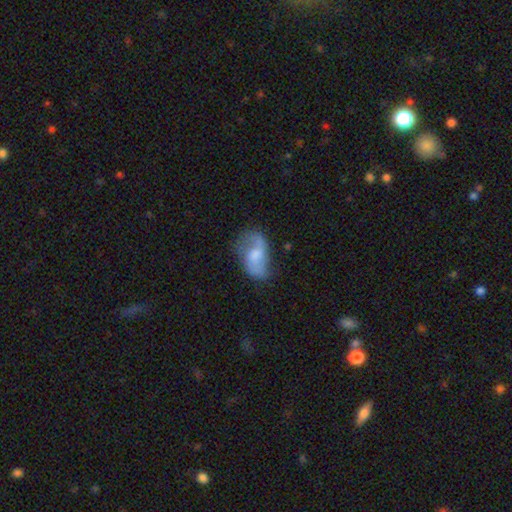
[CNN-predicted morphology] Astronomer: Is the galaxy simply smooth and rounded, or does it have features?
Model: featured or disk — 49% (runner-up: smooth, 43%).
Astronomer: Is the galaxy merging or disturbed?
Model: none — 48% (runner-up: minor disturbance, 29%).